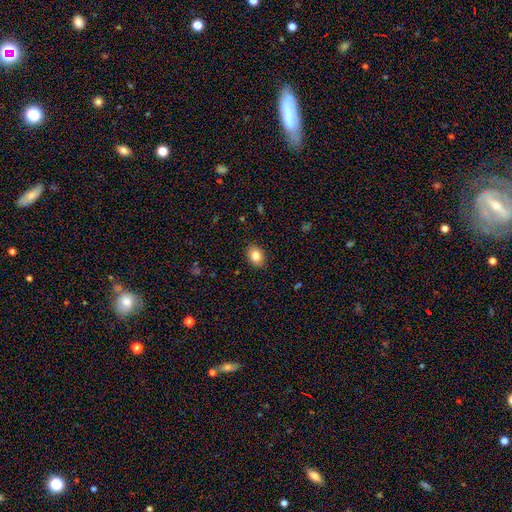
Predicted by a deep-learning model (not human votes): Smooth or featured? smooth (84%)
How rounded? in between (63%)
Merging? none (88%)